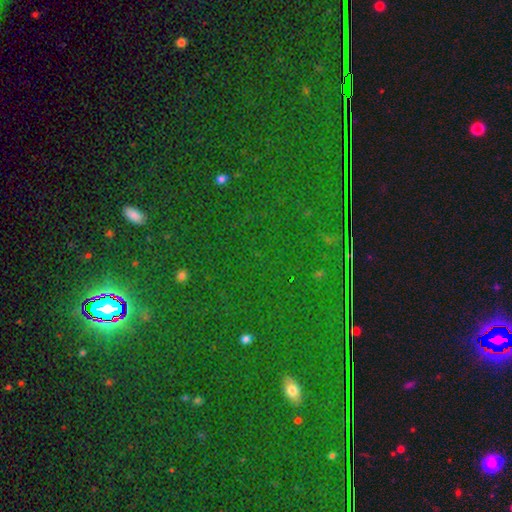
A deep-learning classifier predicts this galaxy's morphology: Q: Smooth or featured?
A: star or artifact (85%); runner-up: smooth (9%)